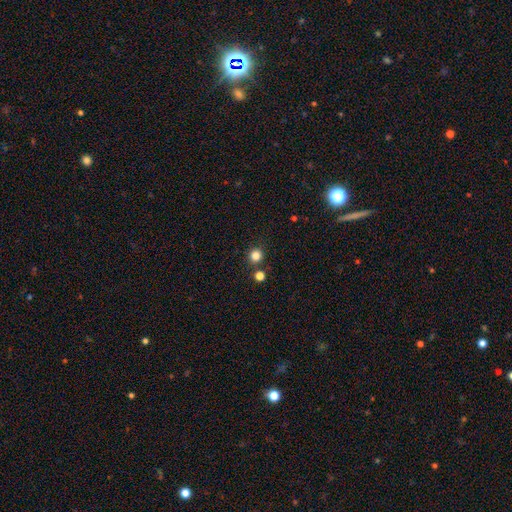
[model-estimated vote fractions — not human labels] Morphology: type=smooth (82%); roundness=round (93%); merging=none (84%).